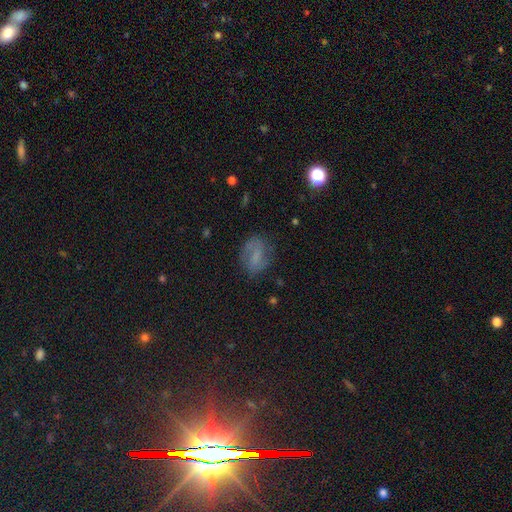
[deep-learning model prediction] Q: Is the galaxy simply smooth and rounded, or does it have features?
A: smooth — 51%.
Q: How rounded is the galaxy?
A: in between — 70%.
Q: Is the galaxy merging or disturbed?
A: none — 68%.